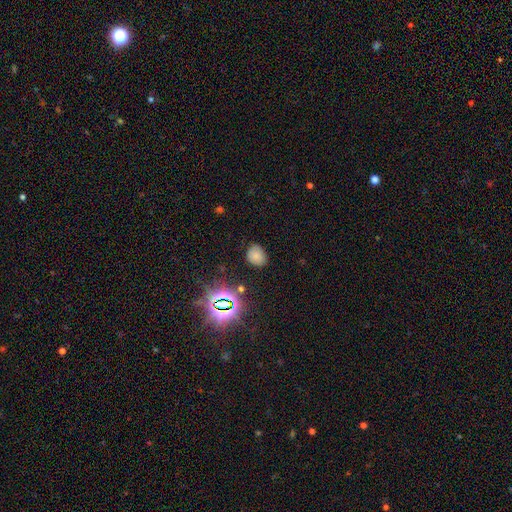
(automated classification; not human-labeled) This appears to be a smooth galaxy with no disk features (70%) that is in between round and cigar-shaped (55%). Merging: none (76%).